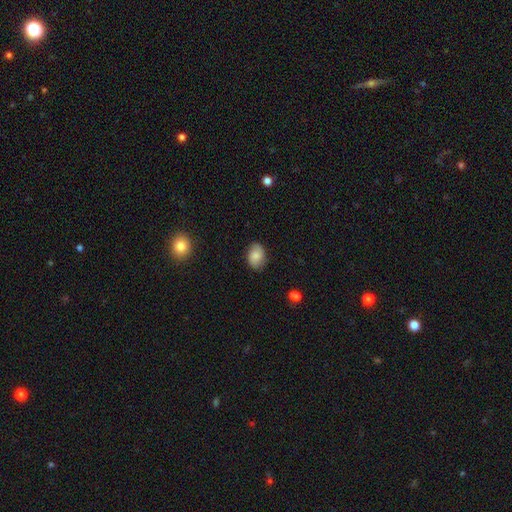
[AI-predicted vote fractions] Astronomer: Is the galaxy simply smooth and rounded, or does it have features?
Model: smooth — 68%.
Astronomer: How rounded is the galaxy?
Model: in between — 74%.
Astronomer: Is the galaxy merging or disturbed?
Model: none — 80%.